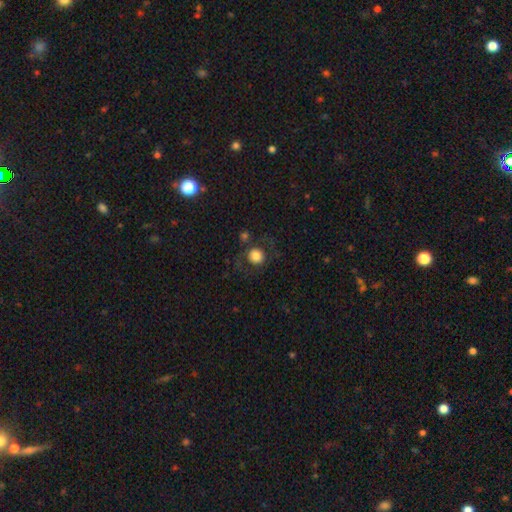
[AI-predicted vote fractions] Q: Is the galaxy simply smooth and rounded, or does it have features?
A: smooth — 79%.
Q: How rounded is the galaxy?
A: round — 91%.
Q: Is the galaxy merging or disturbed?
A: none — 75%.